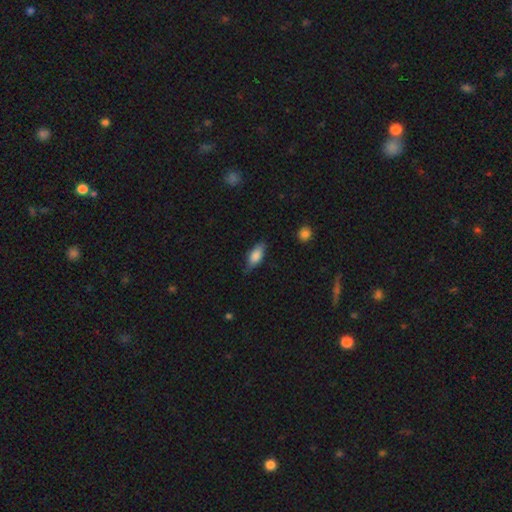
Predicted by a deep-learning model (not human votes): Smooth or featured? Predicted: smooth (p=0.78). How rounded? Predicted: in between (p=0.78). Merging? Predicted: none (p=0.72).